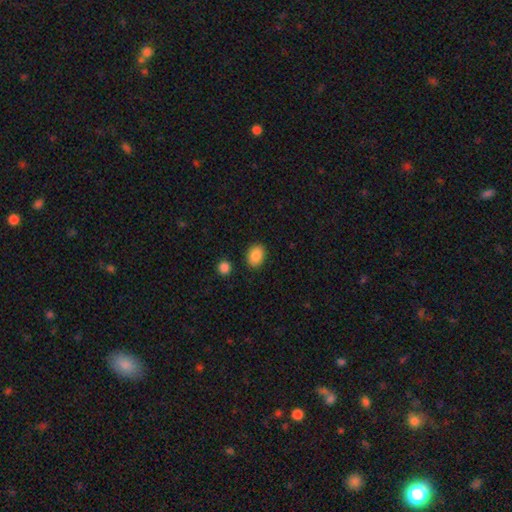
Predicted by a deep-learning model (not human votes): A smooth galaxy with no disk features (88%) that is in between round and cigar-shaped (71%). Merging: none (87%).